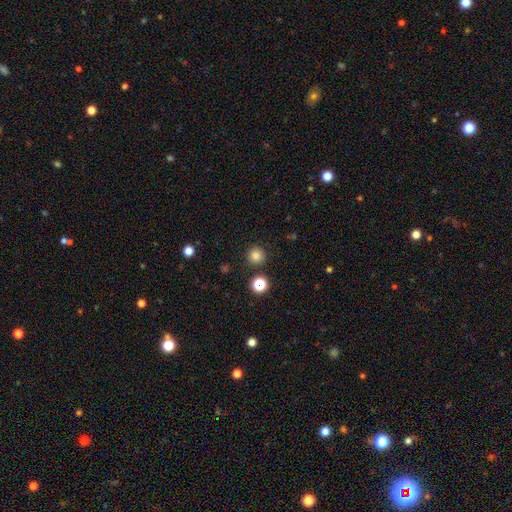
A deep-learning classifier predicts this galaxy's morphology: The model was most divided on "smooth or featured": smooth: 81%, star or artifact: 14%, featured or disk: 5%. More confident: how rounded — round (95%); merging — none (88%).